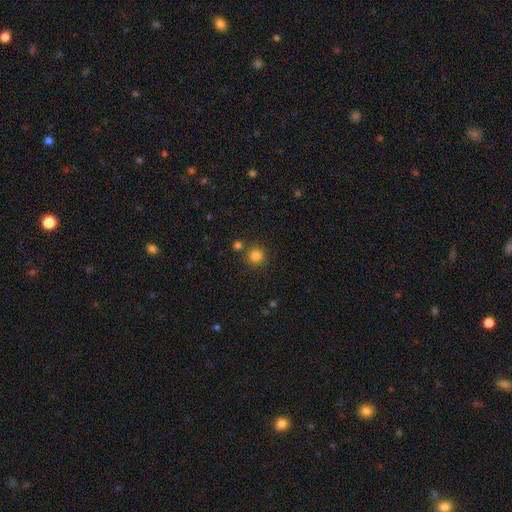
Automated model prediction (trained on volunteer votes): A smooth galaxy with no disk features (82%) that is round (94%). Merging: none (80%).